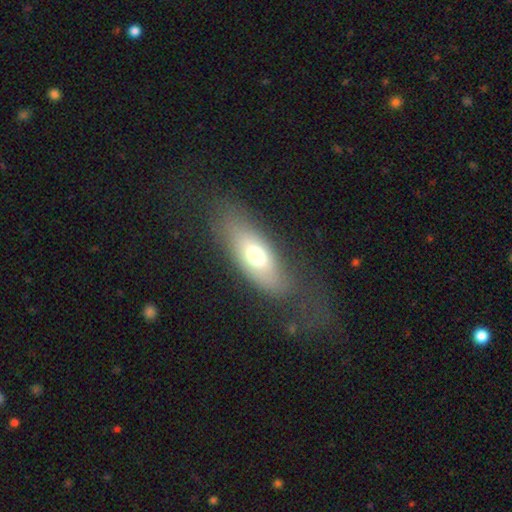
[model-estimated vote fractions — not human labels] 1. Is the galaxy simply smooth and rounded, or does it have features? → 63% smooth, 27% featured or disk, 9% star or artifact.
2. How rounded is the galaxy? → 76% in between, 18% cigar-shaped, 5% round.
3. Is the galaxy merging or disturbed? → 73% none, 16% minor disturbance, 10% major disturbance, 2% merger.